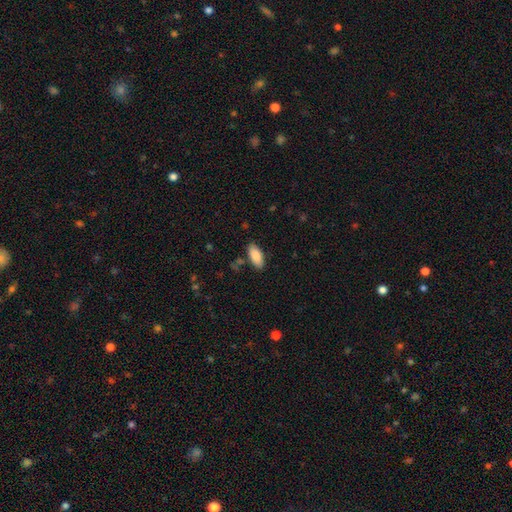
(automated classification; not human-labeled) smooth-or-featured: smooth: 87% | featured or disk: 7% | star or artifact: 6%
  how-rounded: in between: 87% | cigar-shaped: 12% | round: 2%
  merging: none: 83% | minor disturbance: 11% | merger: 3% | major disturbance: 3%